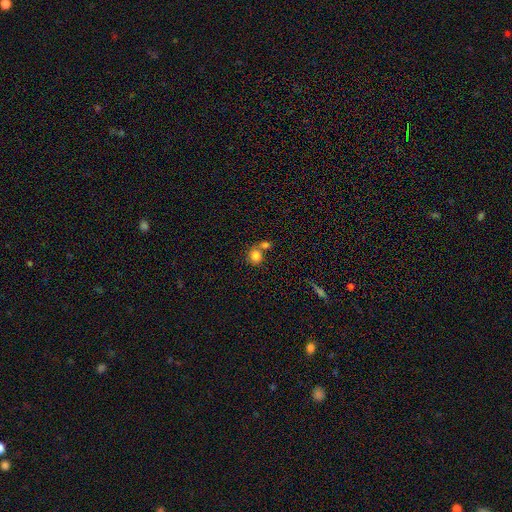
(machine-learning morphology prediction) This appears to be a smooth galaxy with no disk features (82%) that is round (79%). Merging: none (46%).